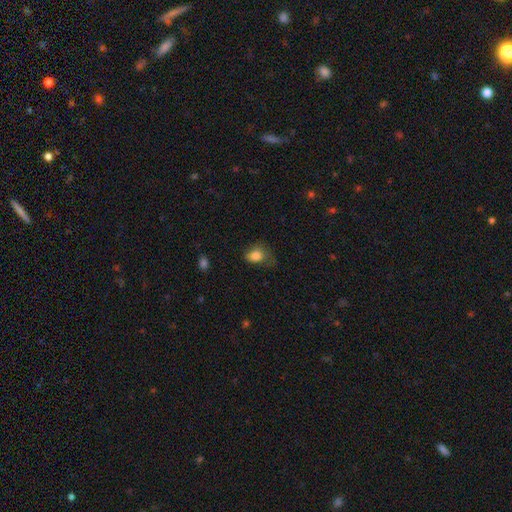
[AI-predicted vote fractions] Morphology: type=smooth (82%); roundness=in between (66%); merging=none (41%).